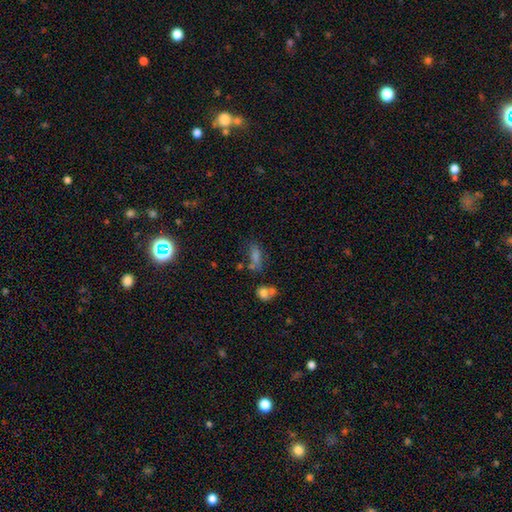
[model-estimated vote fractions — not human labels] smooth_or_featured: smooth (p=0.73) [alt: star or artifact p=0.14]
how_rounded: in between (p=0.77) [alt: cigar-shaped p=0.17]
merging: none (p=0.44) [alt: merger p=0.22]